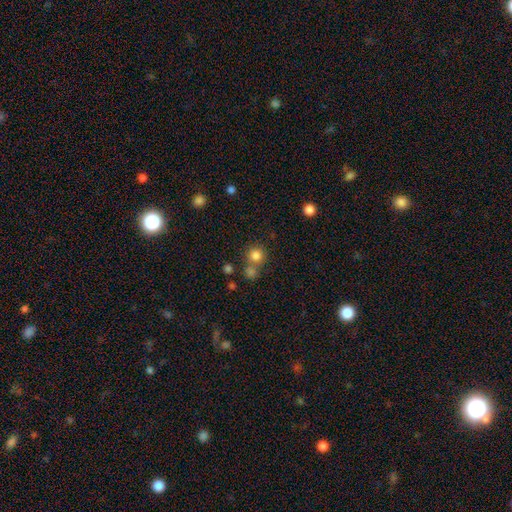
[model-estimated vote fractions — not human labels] Smooth or featured? smooth (81%)
How rounded? round (92%)
Merging? none (64%)